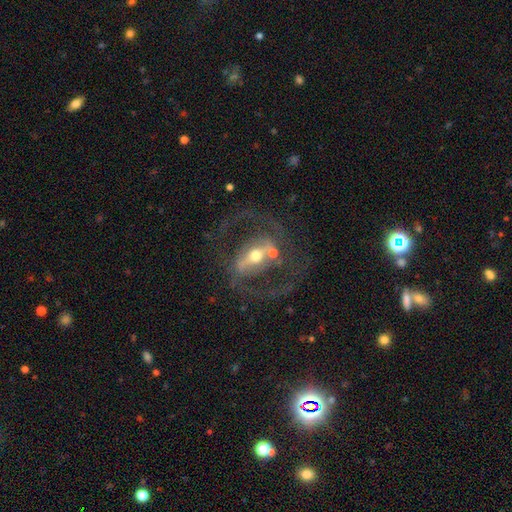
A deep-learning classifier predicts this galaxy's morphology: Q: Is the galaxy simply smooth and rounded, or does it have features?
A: featured or disk — 85%.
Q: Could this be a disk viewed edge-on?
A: no — 94%.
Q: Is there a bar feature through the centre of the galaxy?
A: strong — 61%.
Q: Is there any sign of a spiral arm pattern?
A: yes — 82%.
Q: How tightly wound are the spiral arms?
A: medium — 55%.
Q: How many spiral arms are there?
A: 2 — 87%.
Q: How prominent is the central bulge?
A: moderate — 67%.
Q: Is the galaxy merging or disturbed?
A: none — 66%.